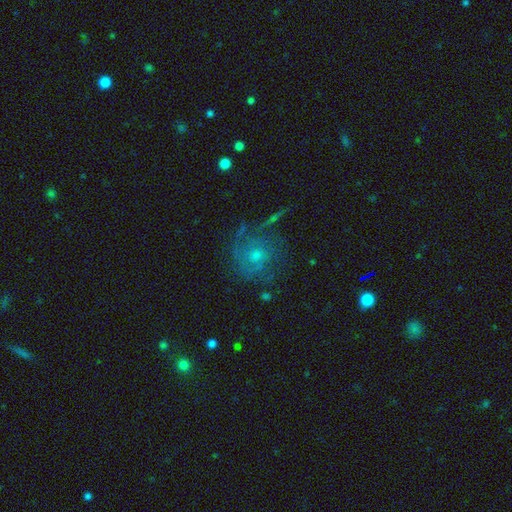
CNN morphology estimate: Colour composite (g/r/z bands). It shows a featured or disk galaxy (56%) with no bar (80%), spiral arms (74%) and a moderate central bulge (45%, tied with small). Merging: none (58%).